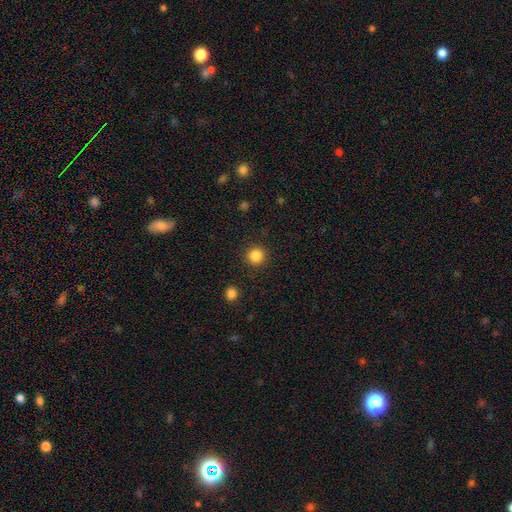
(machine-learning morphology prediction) A smooth galaxy with no disk features (85%) that is round (94%).

Vote fractions:
- Smooth or featured? smooth: 85% / star or artifact: 11% / featured or disk: 4%
- How rounded? round: 94% / in between: 5% / cigar-shaped: 1%
- Merging? none: 91% / minor disturbance: 5% / major disturbance: 2% / merger: 1%